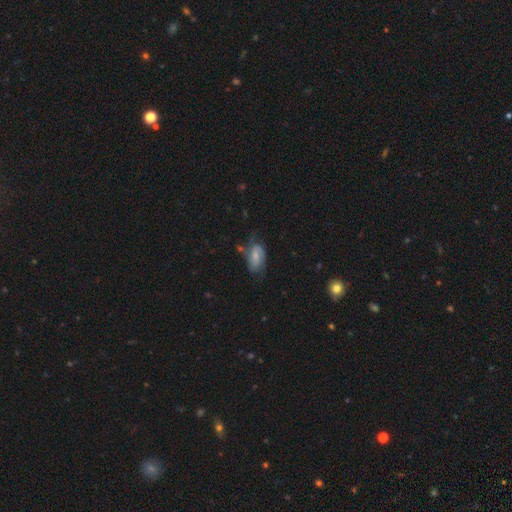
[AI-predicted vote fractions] smooth_or_featured: featured or disk (p=0.49) [alt: smooth p=0.43]
merging: none (p=0.47) [alt: minor disturbance p=0.31]